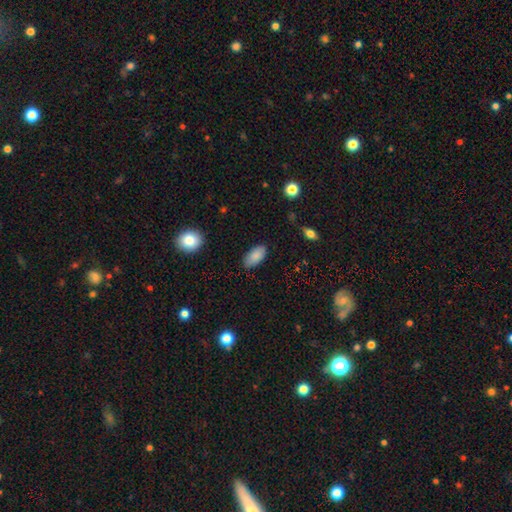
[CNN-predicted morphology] Smooth or featured? smooth (87%)
How rounded? in between (94%)
Merging? none (86%)